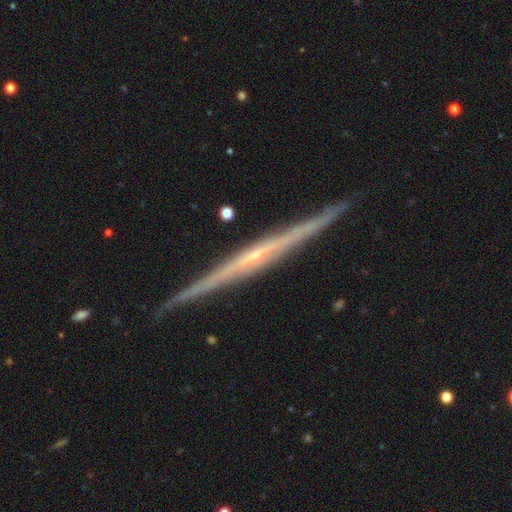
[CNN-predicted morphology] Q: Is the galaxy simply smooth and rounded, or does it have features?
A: featured or disk — 84%.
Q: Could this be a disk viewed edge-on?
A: yes — 98%.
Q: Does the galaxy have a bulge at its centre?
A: none — 51%.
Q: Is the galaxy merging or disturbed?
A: none — 90%.